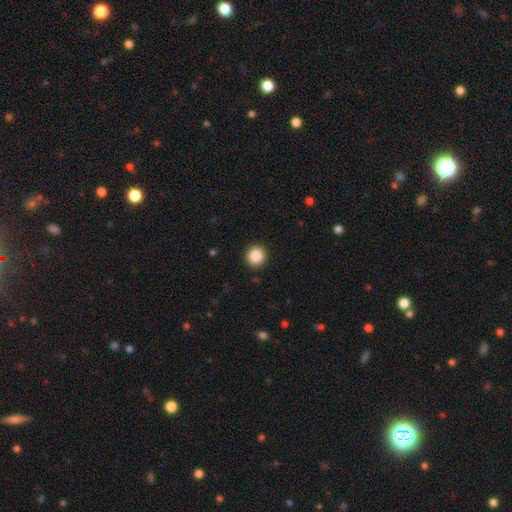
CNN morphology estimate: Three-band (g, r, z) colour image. It shows a smooth galaxy with no disk features (88%) that is round (93%). Merging: none (92%).